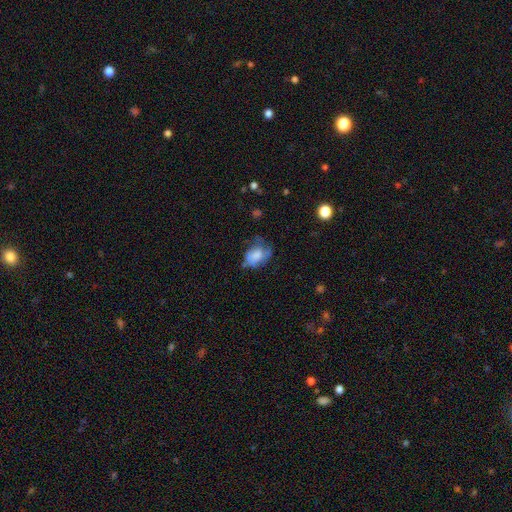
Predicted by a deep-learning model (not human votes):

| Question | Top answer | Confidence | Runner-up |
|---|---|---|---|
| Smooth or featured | smooth | 62% | featured or disk (28%) |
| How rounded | in between | 70% | round (29%) |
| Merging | none | 39% | minor disturbance (32%) |